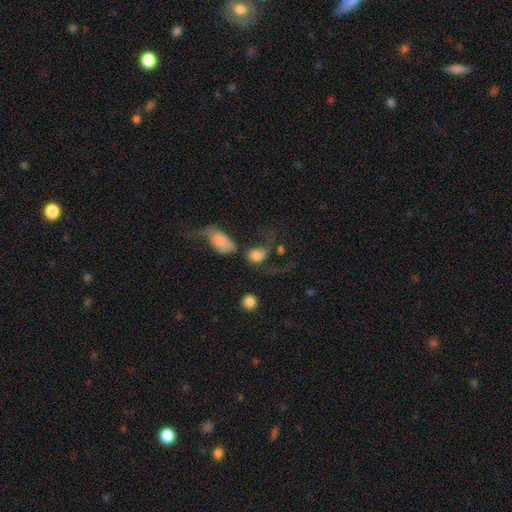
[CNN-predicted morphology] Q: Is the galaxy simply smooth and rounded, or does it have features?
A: smooth — 64%.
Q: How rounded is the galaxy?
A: in between — 58%.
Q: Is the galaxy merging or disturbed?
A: major disturbance — 40%.